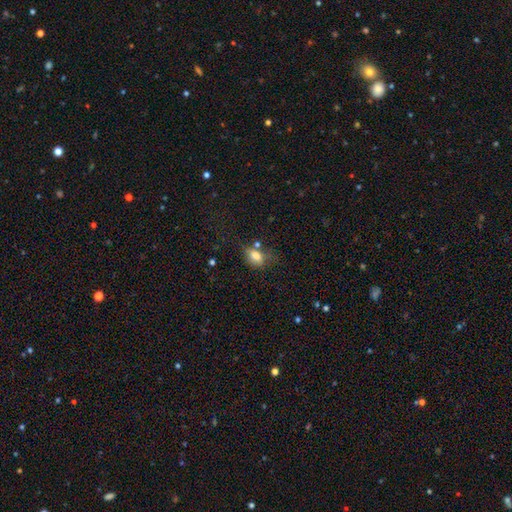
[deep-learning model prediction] A smooth galaxy with no disk features (77%) that is in between round and cigar-shaped (74%).

Vote fractions:
- Smooth or featured? smooth: 77% / featured or disk: 12% / star or artifact: 11%
- How rounded? in between: 74% / round: 24% / cigar-shaped: 2%
- Merging? none: 47% / minor disturbance: 27% / merger: 14% / major disturbance: 12%